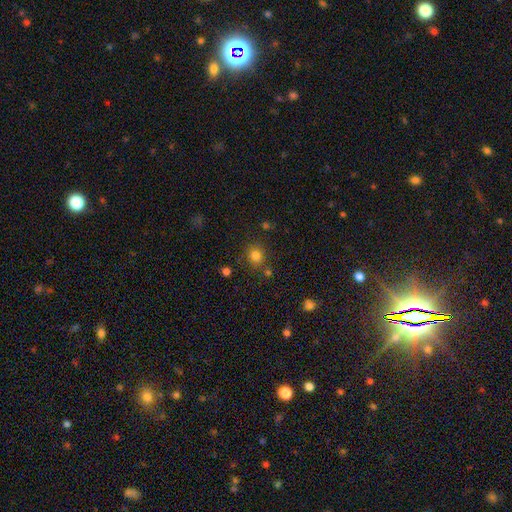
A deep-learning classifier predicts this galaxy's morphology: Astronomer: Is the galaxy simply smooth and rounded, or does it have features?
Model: smooth — 80%.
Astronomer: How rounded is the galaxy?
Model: round — 82%.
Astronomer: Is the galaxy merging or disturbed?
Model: none — 77%.